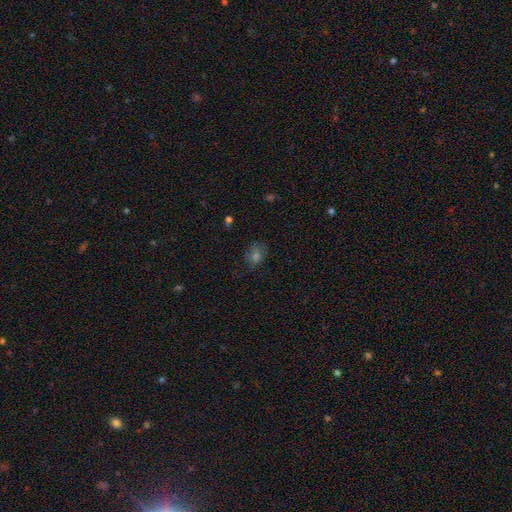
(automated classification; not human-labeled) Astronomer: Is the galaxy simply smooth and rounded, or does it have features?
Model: smooth — 56%.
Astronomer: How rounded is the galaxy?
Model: in between — 50% (runner-up: round, 49%).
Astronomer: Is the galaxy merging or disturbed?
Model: none — 69%.